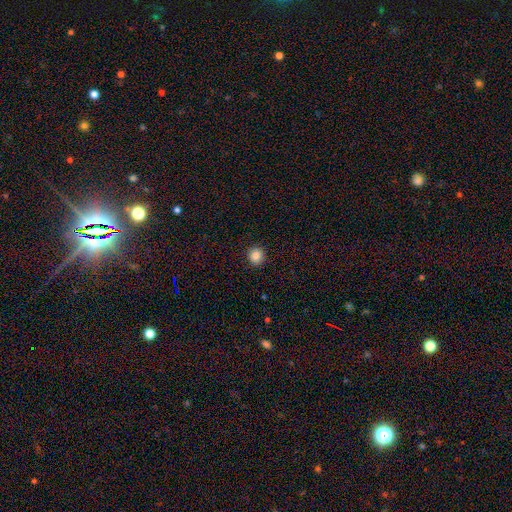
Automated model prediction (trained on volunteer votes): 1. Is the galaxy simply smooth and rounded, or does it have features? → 86% smooth, 10% star or artifact, 4% featured or disk.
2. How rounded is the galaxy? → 92% round, 7% in between, 1% cigar-shaped.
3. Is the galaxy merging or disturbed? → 92% none, 5% minor disturbance, 2% major disturbance, 1% merger.